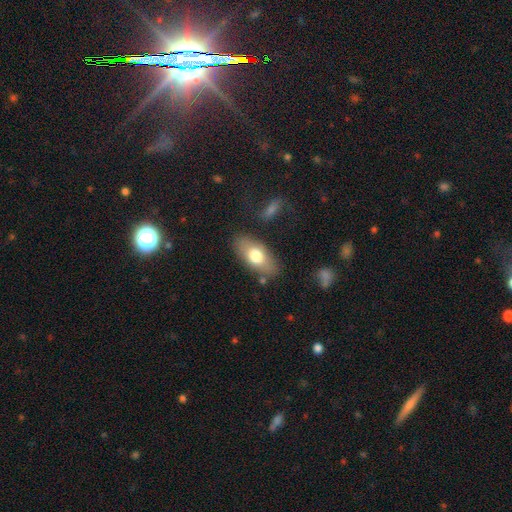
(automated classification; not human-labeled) Overall: smooth (71%). How rounded: in between (88%). Merging: none (78%).